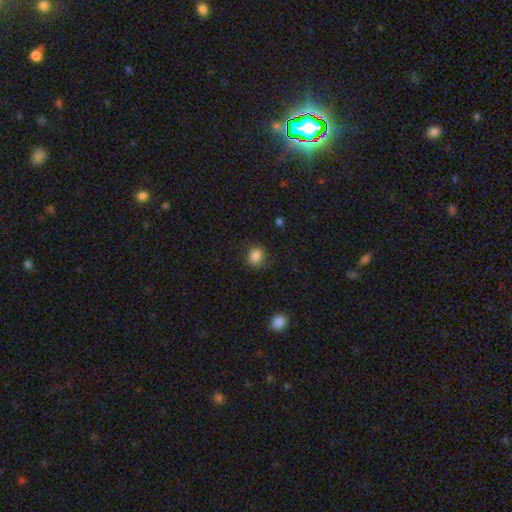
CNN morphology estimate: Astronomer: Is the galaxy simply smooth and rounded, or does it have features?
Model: smooth — 85%.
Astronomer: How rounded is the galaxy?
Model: round — 74%.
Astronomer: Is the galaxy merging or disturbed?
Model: none — 81%.